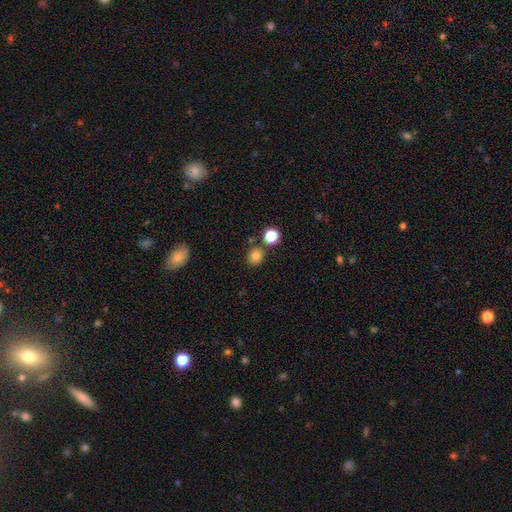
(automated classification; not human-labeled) A smooth galaxy with no disk features (80%) that is round (68%). Merging: none (78%).